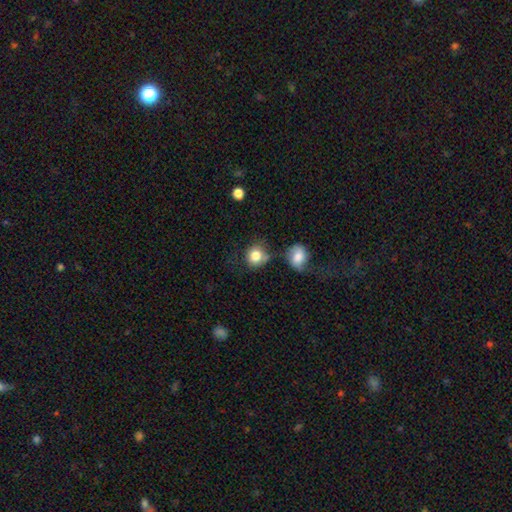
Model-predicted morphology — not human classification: A smooth galaxy with no disk features (83%) that is round (81%).

Vote fractions:
- Smooth or featured? smooth: 83% / star or artifact: 9% / featured or disk: 9%
- How rounded? round: 81% / in between: 18% / cigar-shaped: 1%
- Merging? none: 60% / minor disturbance: 19% / merger: 15% / major disturbance: 7%